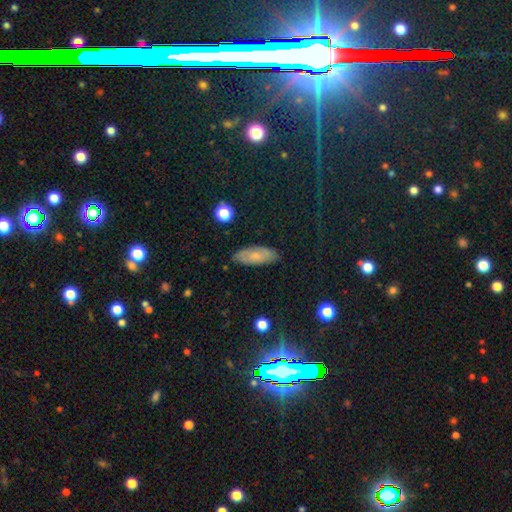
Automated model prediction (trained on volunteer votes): smooth_or_featured: smooth (p=0.68) [alt: featured or disk p=0.22]
how_rounded: in between (p=0.78) [alt: cigar-shaped p=0.19]
merging: none (p=0.84) [alt: minor disturbance p=0.12]